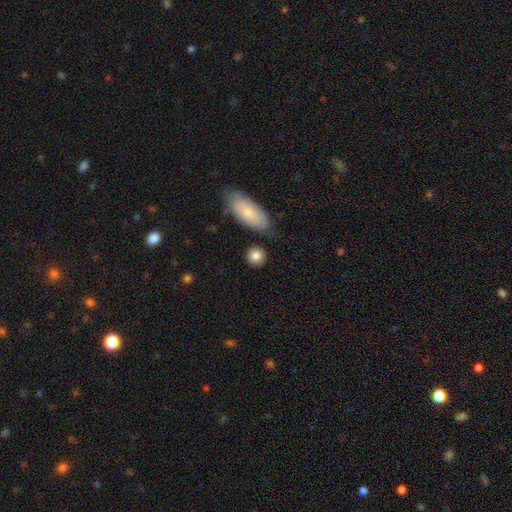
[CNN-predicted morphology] A smooth galaxy with no disk features (84%) that is round (85%).

Vote fractions:
- Smooth or featured? smooth: 84% / featured or disk: 8% / star or artifact: 8%
- How rounded? round: 85% / in between: 13% / cigar-shaped: 2%
- Merging? none: 80% / minor disturbance: 10% / merger: 7% / major disturbance: 3%